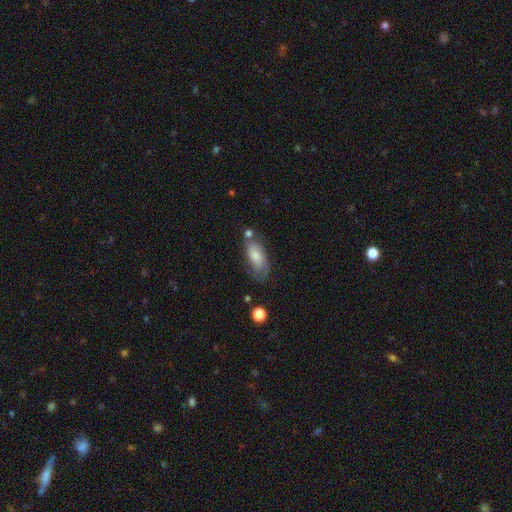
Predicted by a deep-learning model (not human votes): A smooth galaxy with no disk features (66%) that is in between round and cigar-shaped (86%).

Vote fractions:
- Smooth or featured? smooth: 66% / featured or disk: 27% / star or artifact: 7%
- How rounded? in between: 86% / cigar-shaped: 10% / round: 3%
- Merging? none: 53% / minor disturbance: 26% / major disturbance: 11% / merger: 10%